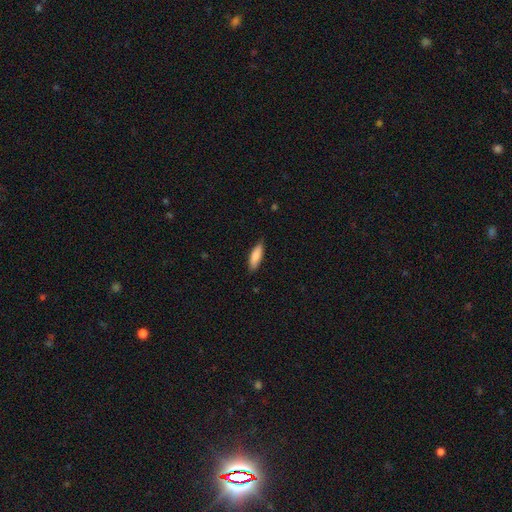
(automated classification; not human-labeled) smooth-or-featured: smooth: 84% | featured or disk: 10% | star or artifact: 6%
  how-rounded: in between: 50% | cigar-shaped: 48% | round: 2%
  merging: none: 82% | minor disturbance: 15% | major disturbance: 2% | merger: 1%